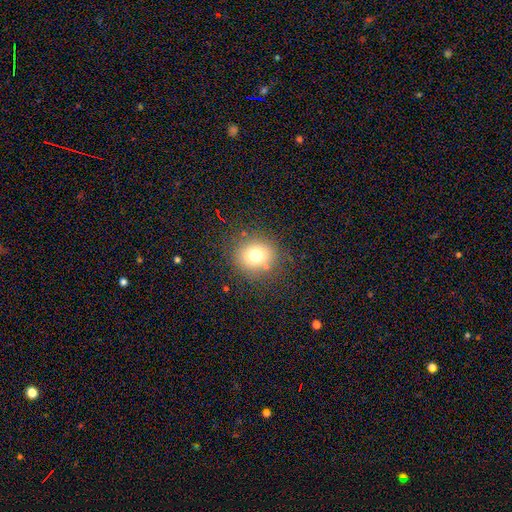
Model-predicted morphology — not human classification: A smooth galaxy with no disk features (73%) that is round (84%). Merging: none (83%).